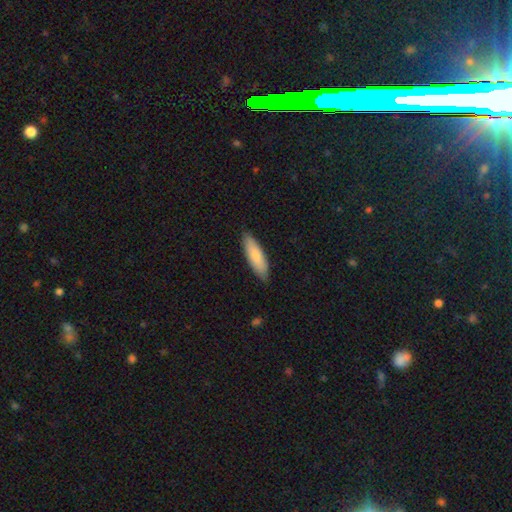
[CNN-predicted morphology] Smooth or featured? smooth (80%)
How rounded? cigar-shaped (53%)
Merging? none (85%)